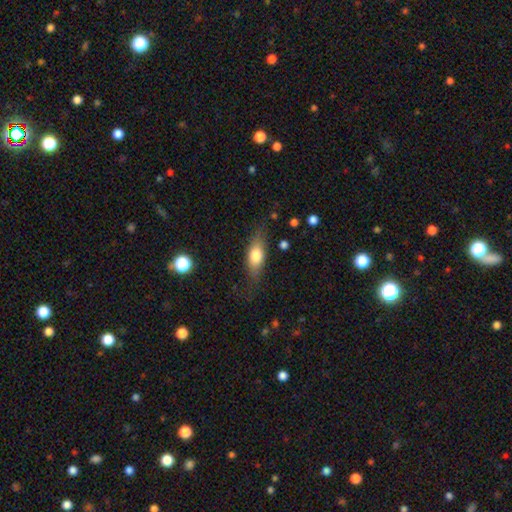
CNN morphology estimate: Smooth or featured: smooth — 70% (featured or disk — 23%)
How rounded: in between — 72% (cigar-shaped — 23%)
Merging: none — 71% (minor disturbance — 20%)